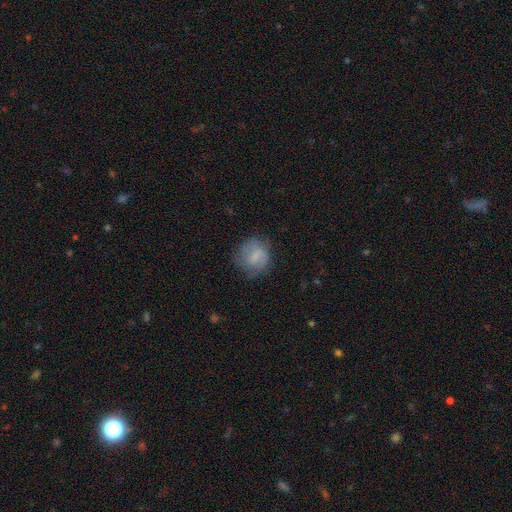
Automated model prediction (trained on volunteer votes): Morphology: type=smooth (56%); roundness=round (76%); merging=none (65%).